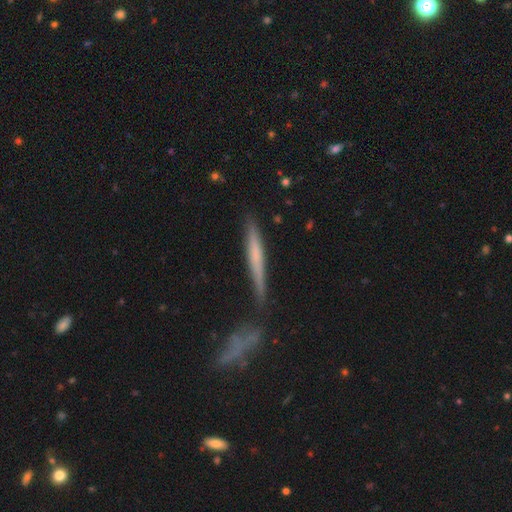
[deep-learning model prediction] smooth 53%, featured or disk 40%, star or artifact 7%. Down the decision tree: how rounded — cigar-shaped (95%); merging — none (74%).